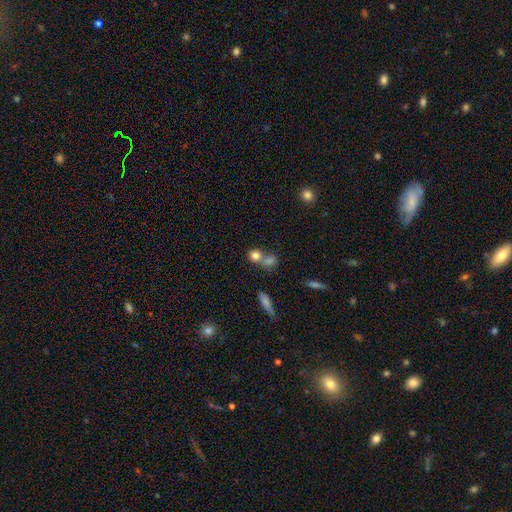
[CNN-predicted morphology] Smooth or featured?
  - smooth: 78% *
  - star or artifact: 12%
  - featured or disk: 10%
How rounded?
  - round: 79% *
  - in between: 19%
  - cigar-shaped: 2%
Merging?
  - merger: 47% *
  - none: 41%
  - minor disturbance: 8%
  - major disturbance: 4%